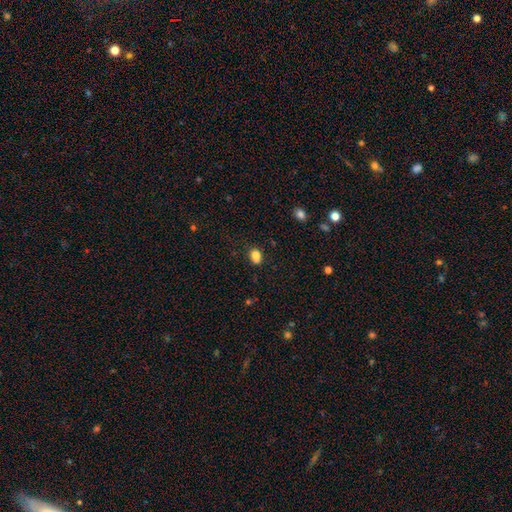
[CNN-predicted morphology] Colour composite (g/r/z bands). It shows a smooth galaxy with no disk features (82%) that is in between round and cigar-shaped (64%). Merging: none (68%).